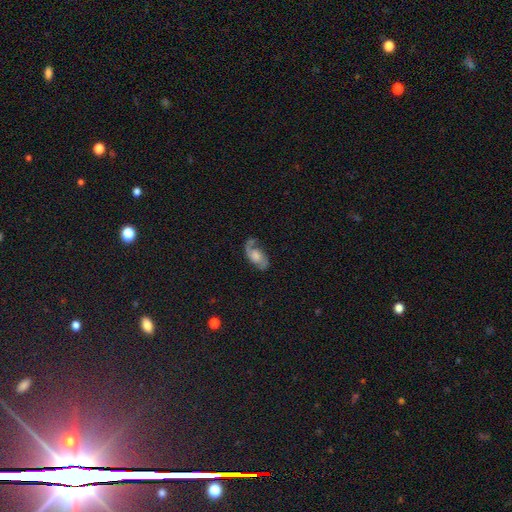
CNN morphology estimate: Q: Smooth or featured?
A: featured or disk (80%); runner-up: smooth (14%)
Q: Edge-on disk?
A: no (96%); runner-up: yes (4%)
Q: Bar?
A: no (59%); runner-up: weak (35%)
Q: Spiral arms?
A: yes (95%); runner-up: no (5%)
Q: Spiral winding?
A: medium (46%); runner-up: loose (39%)
Q: Spiral arm count?
A: 2 (86%); runner-up: 1 (7%)
Q: Bulge size?
A: moderate (35%); runner-up: large (30%)
Q: Merging?
A: none (70%); runner-up: minor disturbance (18%)